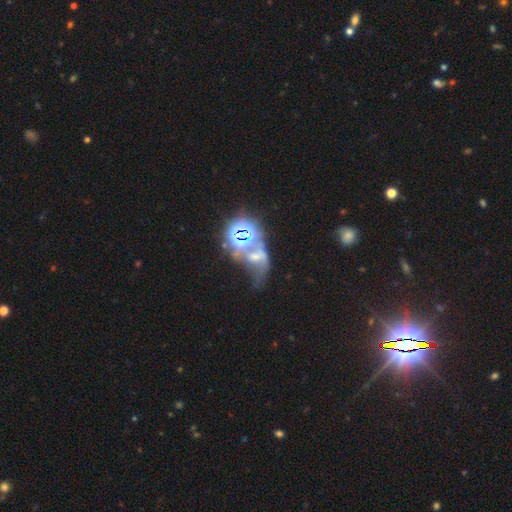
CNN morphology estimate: Smooth or featured? star or artifact (46%)